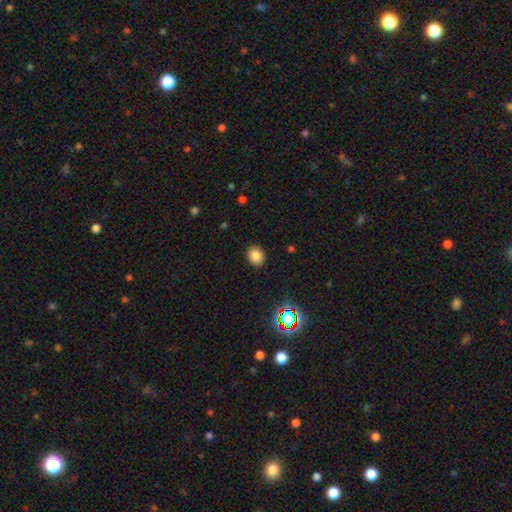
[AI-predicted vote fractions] Morphology: type=smooth (82%); roundness=round (64%); merging=none (90%).